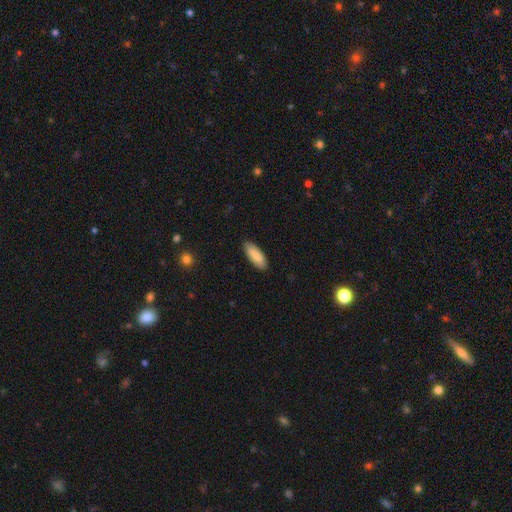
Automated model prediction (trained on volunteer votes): A smooth galaxy with no disk features (85%) that is in between round and cigar-shaped (70%). Merging: none (88%).